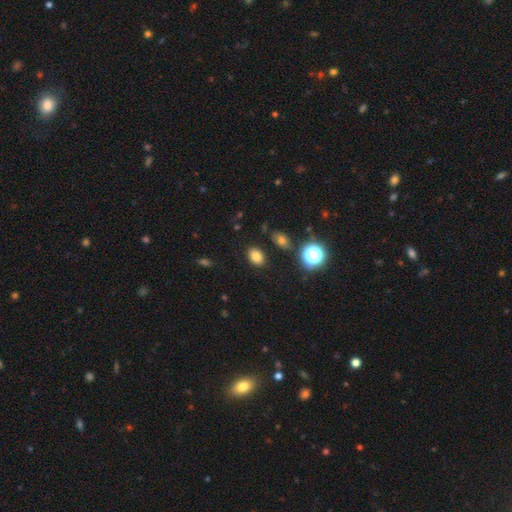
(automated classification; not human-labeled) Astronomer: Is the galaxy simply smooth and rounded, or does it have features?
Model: smooth — 80%.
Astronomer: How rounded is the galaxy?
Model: in between — 75%.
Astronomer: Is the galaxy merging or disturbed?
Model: none — 86%.